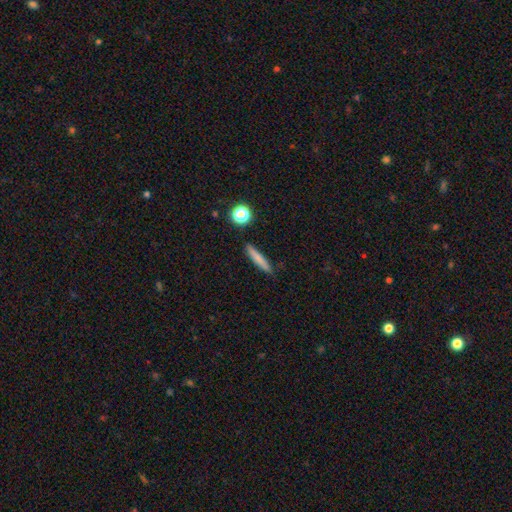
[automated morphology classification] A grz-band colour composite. It shows a smooth galaxy with no disk features (74%) that is cigar-shaped (91%). Merging: none (88%).